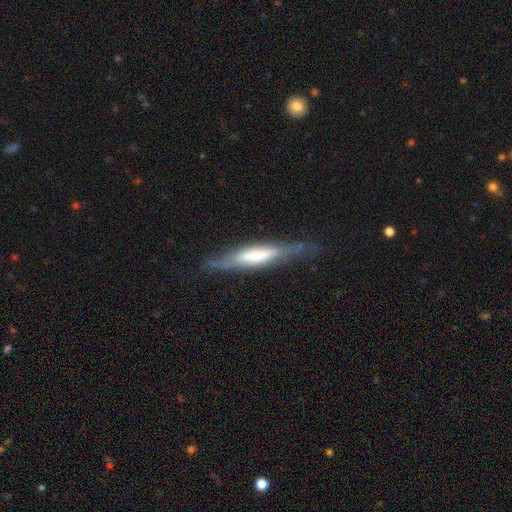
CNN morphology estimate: Overall: featured or disk (55%; smooth 39%). Edge-on disk: yes (77%). Merging: none (64%; minor disturbance 24%).